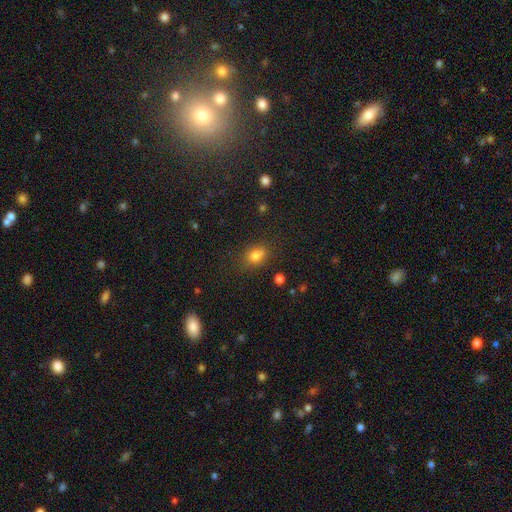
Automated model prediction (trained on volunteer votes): smooth-or-featured: smooth: 79% | star or artifact: 13% | featured or disk: 8%
  how-rounded: in between: 68% | round: 29% | cigar-shaped: 2%
  merging: none: 77% | minor disturbance: 15% | major disturbance: 5% | merger: 4%